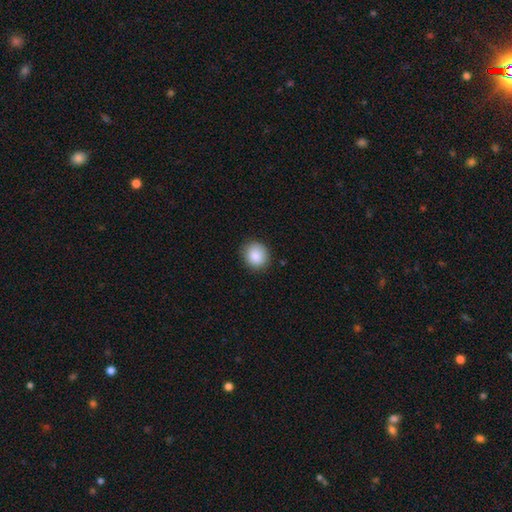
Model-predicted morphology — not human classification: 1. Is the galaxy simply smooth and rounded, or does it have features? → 88% smooth, 8% star or artifact, 4% featured or disk.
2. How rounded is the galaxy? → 78% round, 21% in between, 1% cigar-shaped.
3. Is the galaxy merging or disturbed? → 87% none, 10% minor disturbance, 2% major disturbance, 1% merger.